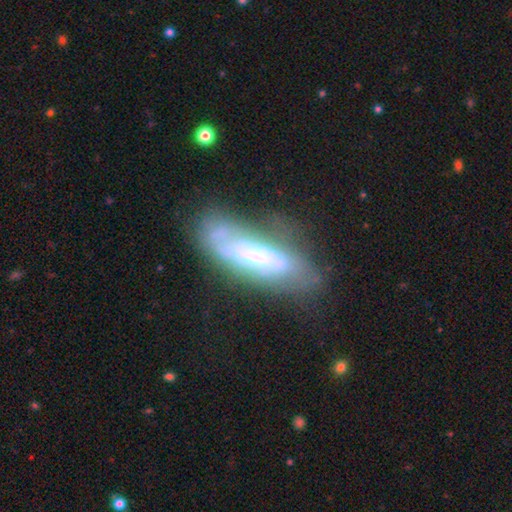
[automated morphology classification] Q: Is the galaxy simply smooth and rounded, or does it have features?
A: featured or disk — 63%.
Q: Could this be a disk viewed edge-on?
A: no — 72%.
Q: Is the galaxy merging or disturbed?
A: none — 53%.